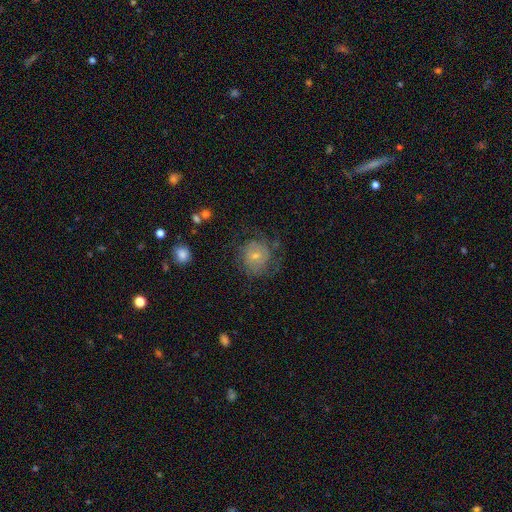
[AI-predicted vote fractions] This is possibly a featured or disk galaxy (47%). Merging: possibly none (57%).